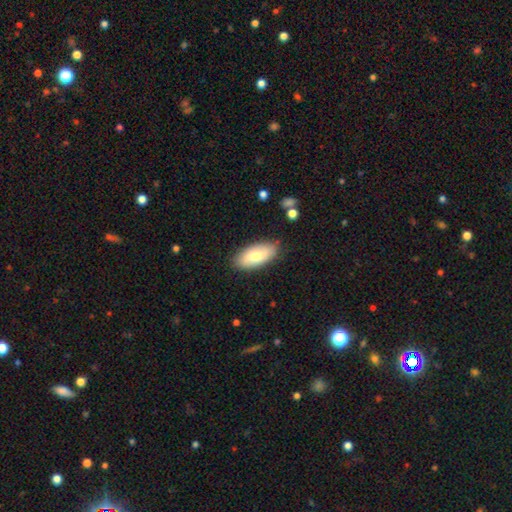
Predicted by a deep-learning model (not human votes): A smooth galaxy with no disk features (73%) that is in between round and cigar-shaped (90%). Merging: none (83%).